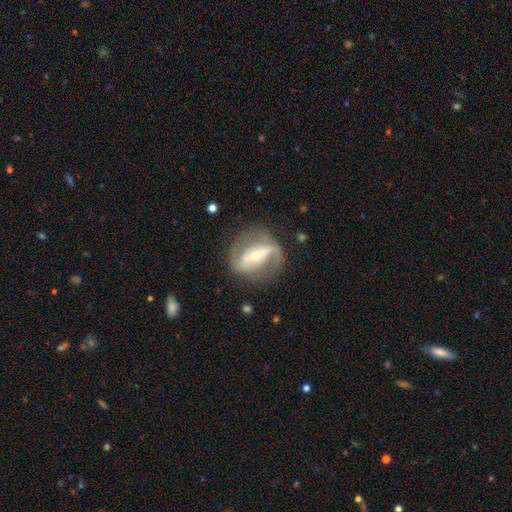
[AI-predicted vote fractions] Morphology: type=featured or disk (81%); edge-on=no (94%); bar=strong (58%); spiral arms=yes (78%); winding=medium (43%); arm count=2 (79%); bulge=small (52%); merging=none (71%).